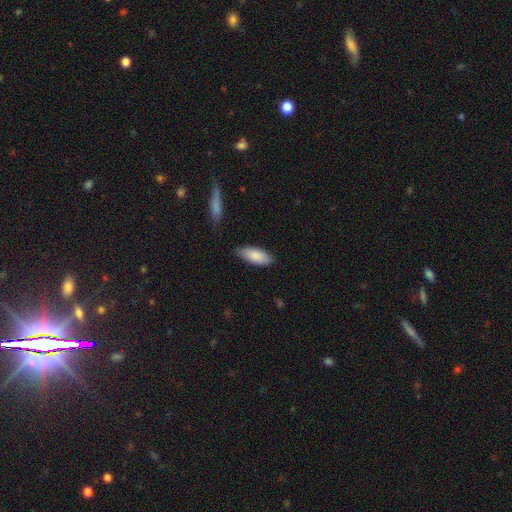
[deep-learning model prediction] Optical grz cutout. It shows a smooth galaxy with no disk features (87%) that is in between round and cigar-shaped (81%). Merging: none (83%).